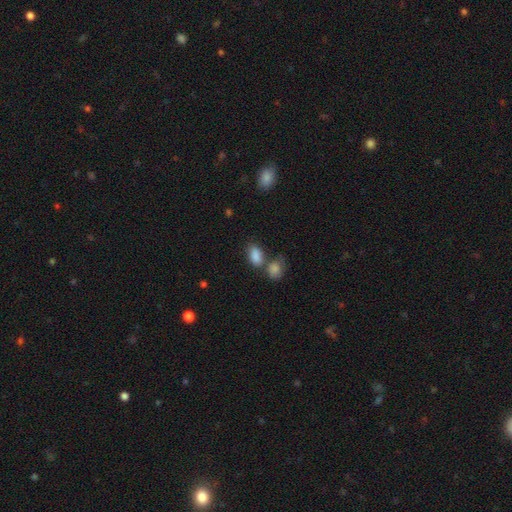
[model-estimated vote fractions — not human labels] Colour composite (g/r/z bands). It shows a smooth galaxy with no disk features (86%) that is in between round and cigar-shaped (89%). Merging: none (44%).